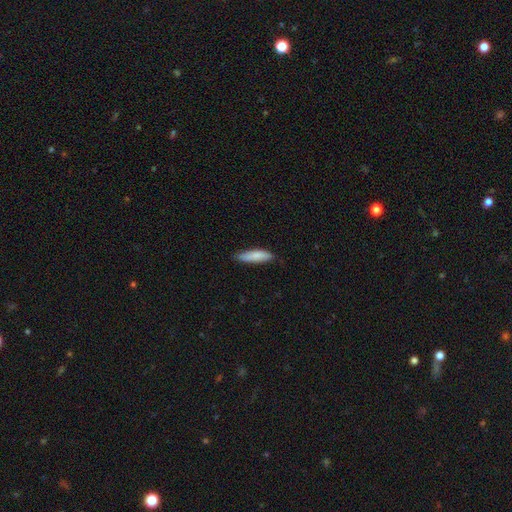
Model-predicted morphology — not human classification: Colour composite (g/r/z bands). It shows a smooth galaxy with no disk features (83%) that is cigar-shaped (72%). Merging: none (83%).